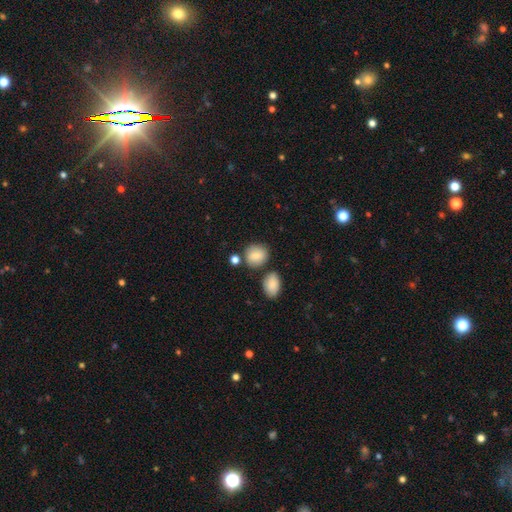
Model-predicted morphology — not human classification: A smooth galaxy with no disk features (85%) that is round (74%).

Vote fractions:
- Smooth or featured? smooth: 85% / star or artifact: 8% / featured or disk: 7%
- How rounded? round: 74% / in between: 24% / cigar-shaped: 1%
- Merging? none: 71% / minor disturbance: 13% / merger: 12% / major disturbance: 4%